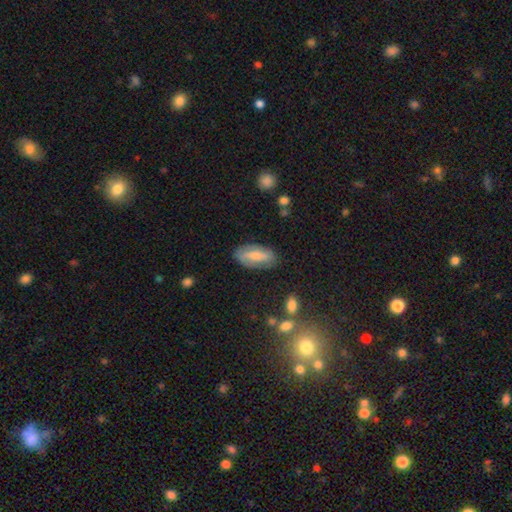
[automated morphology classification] Smooth or featured: smooth — 57% (featured or disk — 36%)
How rounded: in between — 85% (cigar-shaped — 12%)
Merging: none — 80% (minor disturbance — 15%)